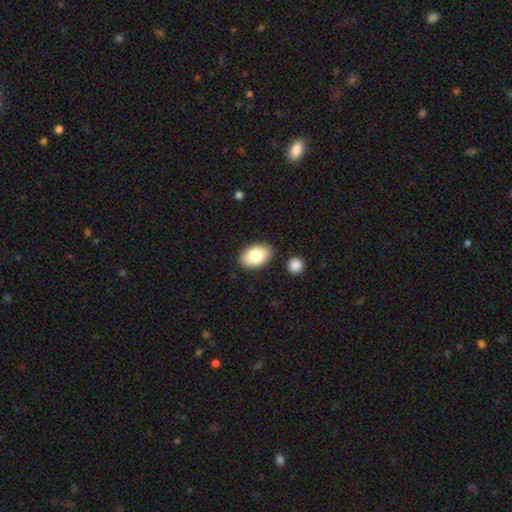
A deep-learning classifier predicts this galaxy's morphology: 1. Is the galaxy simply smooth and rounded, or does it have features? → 82% smooth, 11% featured or disk, 7% star or artifact.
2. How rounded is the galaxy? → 91% in between, 7% round, 1% cigar-shaped.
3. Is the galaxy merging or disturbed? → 86% none, 9% minor disturbance, 3% merger, 2% major disturbance.